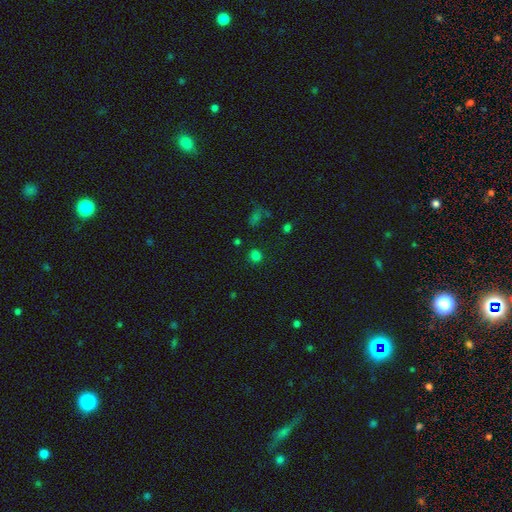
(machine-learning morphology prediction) smooth_or_featured: smooth (p=0.75) [alt: star or artifact p=0.21]
how_rounded: round (p=0.80) [alt: in between p=0.19]
merging: none (p=0.84) [alt: minor disturbance p=0.10]